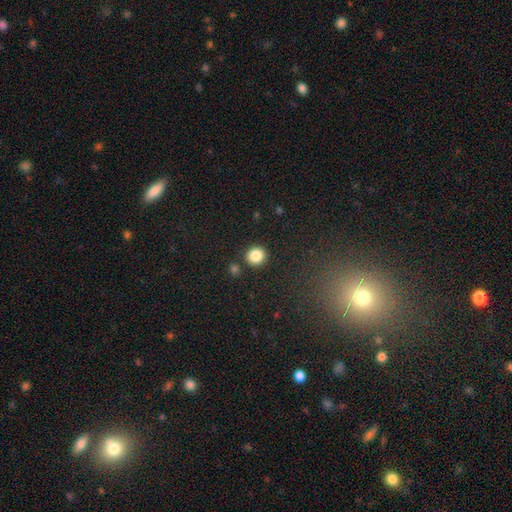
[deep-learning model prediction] A smooth galaxy with no disk features (86%) that is round (88%). Merging: none (87%).